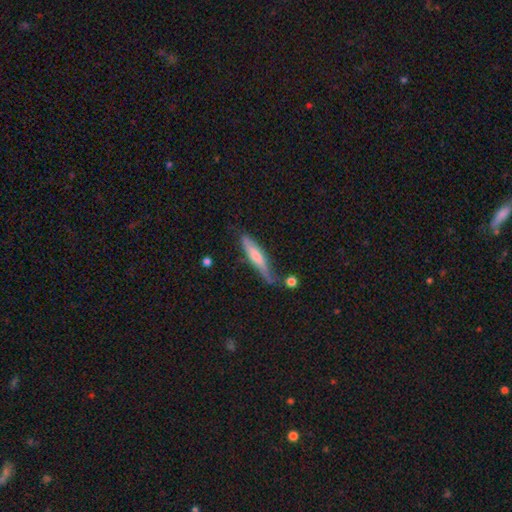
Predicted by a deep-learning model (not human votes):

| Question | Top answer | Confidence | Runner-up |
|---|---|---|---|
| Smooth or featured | smooth | 55% | featured or disk (39%) |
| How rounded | cigar-shaped | 87% | in between (11%) |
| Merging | none | 62% | minor disturbance (25%) |